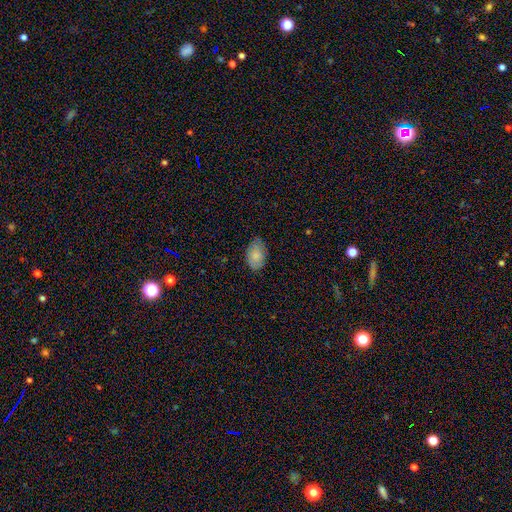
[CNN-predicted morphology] Overall: smooth (82%). How rounded: in between (90%). Merging: none (79%).